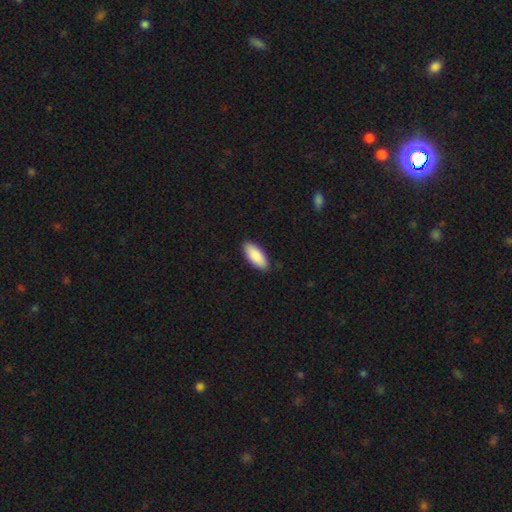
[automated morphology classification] Smooth or featured? smooth (89%)
How rounded? in between (87%)
Merging? none (87%)